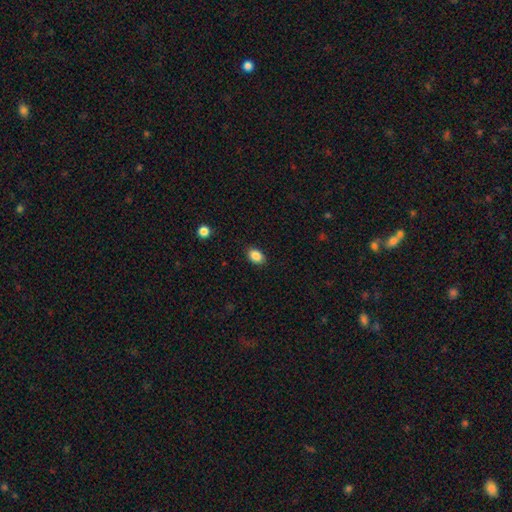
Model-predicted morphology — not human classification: This appears to be a smooth galaxy with no disk features (87%) that is in between round and cigar-shaped (78%). Merging: none (88%).